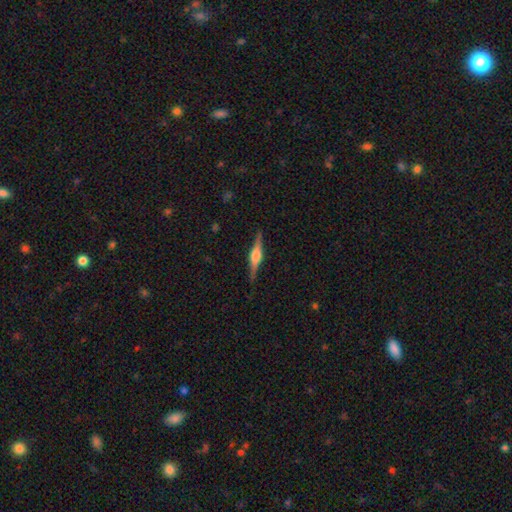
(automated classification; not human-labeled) Smooth or featured? featured or disk (79%)
Edge-on disk? yes (98%)
Edge-on bulge? rounded (84%)
Merging? none (89%)